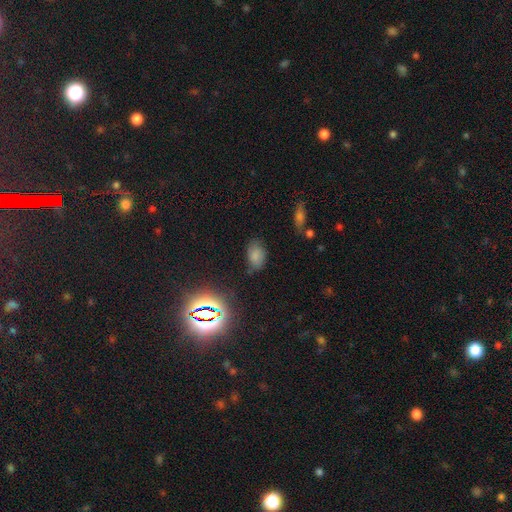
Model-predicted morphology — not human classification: Smooth or featured?
  - smooth: 72% *
  - star or artifact: 19%
  - featured or disk: 9%
How rounded?
  - in between: 89% *
  - round: 10%
  - cigar-shaped: 1%
Merging?
  - none: 71% *
  - minor disturbance: 21%
  - major disturbance: 5%
  - merger: 3%